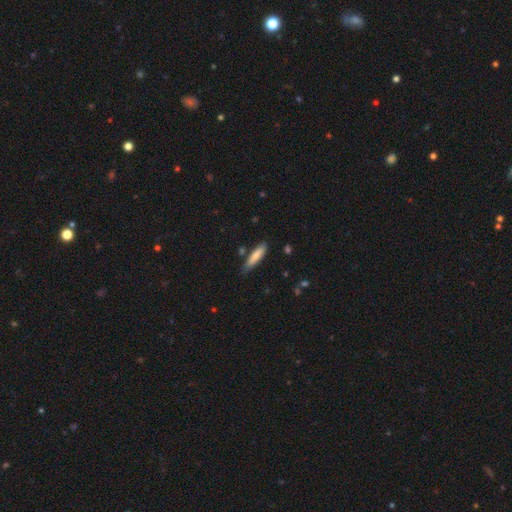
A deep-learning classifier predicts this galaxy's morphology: type=smooth (78%); roundness=cigar-shaped (77%); merging=none (76%).